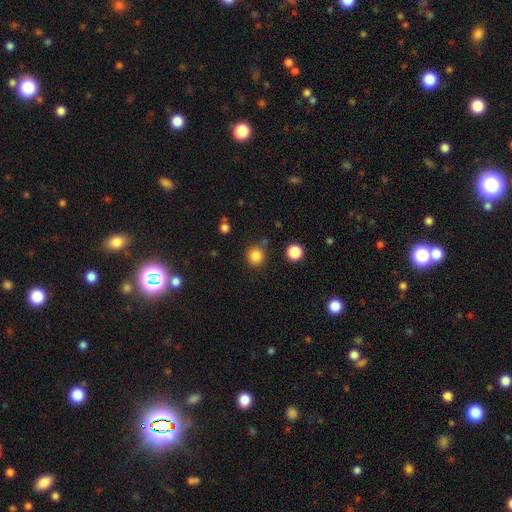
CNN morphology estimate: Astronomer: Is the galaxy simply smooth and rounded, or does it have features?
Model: smooth — 84%.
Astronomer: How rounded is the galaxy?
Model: round — 92%.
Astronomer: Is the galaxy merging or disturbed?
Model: none — 82%.